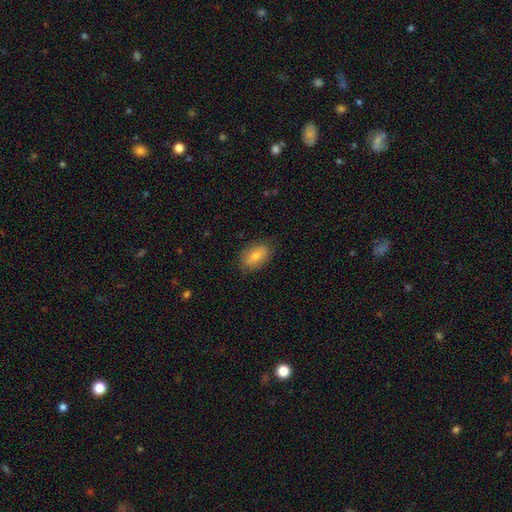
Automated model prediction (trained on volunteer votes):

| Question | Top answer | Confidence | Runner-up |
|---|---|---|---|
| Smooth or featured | smooth | 68% | featured or disk (23%) |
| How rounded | in between | 87% | round (11%) |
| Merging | none | 83% | minor disturbance (13%) |